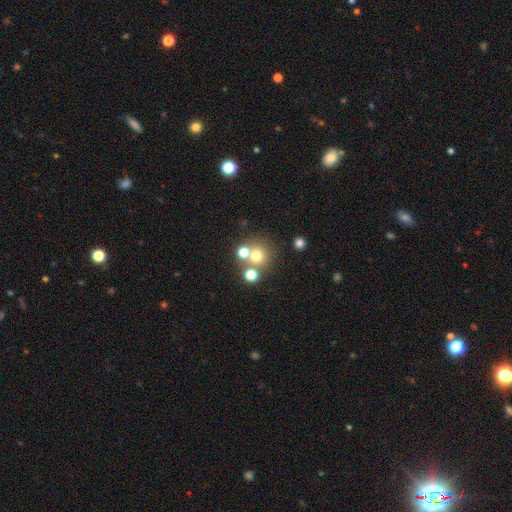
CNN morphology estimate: smooth_or_featured: smooth (p=0.67) [alt: star or artifact p=0.19]
how_rounded: round (p=0.90) [alt: in between p=0.09]
merging: none (p=0.60) [alt: merger p=0.28]